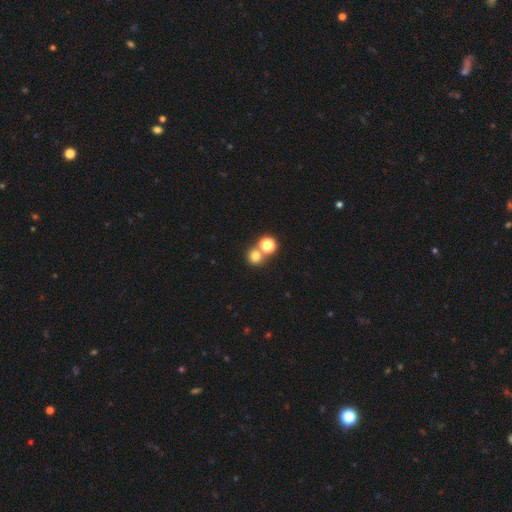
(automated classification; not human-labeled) Smooth or featured? Predicted: smooth (p=0.75). How rounded? Predicted: round (p=0.87). Merging? Predicted: none (p=0.58).